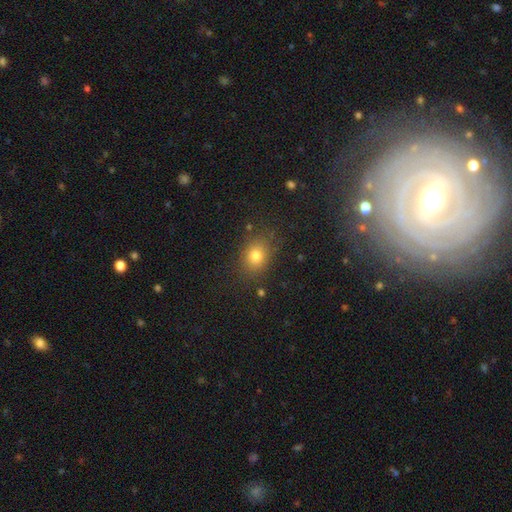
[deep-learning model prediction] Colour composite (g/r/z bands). It shows a smooth galaxy with no disk features (77%) that is round (57%). Merging: none (81%).